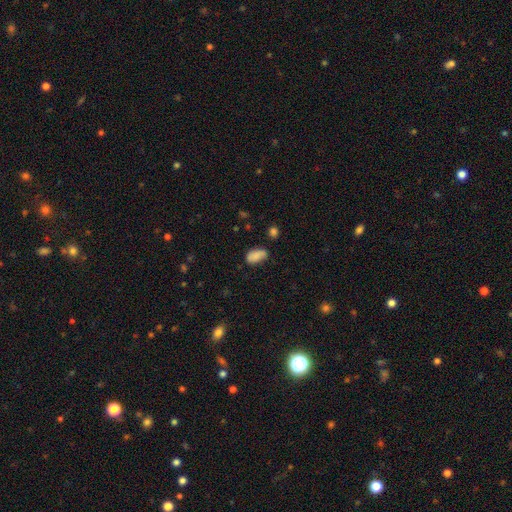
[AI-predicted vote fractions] Smooth or featured: smooth — 84% (star or artifact — 8%)
How rounded: in between — 92% (round — 5%)
Merging: none — 62% (minor disturbance — 28%)